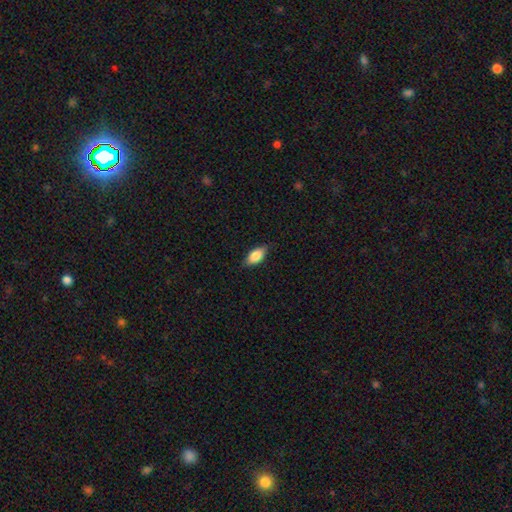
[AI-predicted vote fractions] A smooth galaxy with no disk features (77%) that is in between round and cigar-shaped (86%). Merging: none (81%).